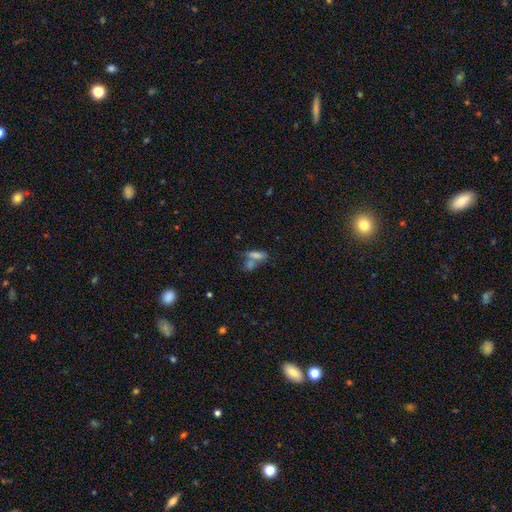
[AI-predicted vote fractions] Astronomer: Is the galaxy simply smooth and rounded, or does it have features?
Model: smooth — 74%.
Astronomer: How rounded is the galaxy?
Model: in between — 70%.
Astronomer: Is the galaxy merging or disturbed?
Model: merger — 54% (runner-up: none, 30%).